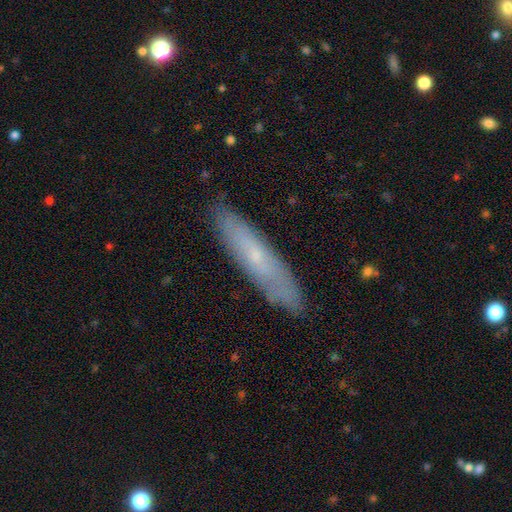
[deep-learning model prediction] This is possibly a featured or disk galaxy (47%). Merging: clearly none (86%).